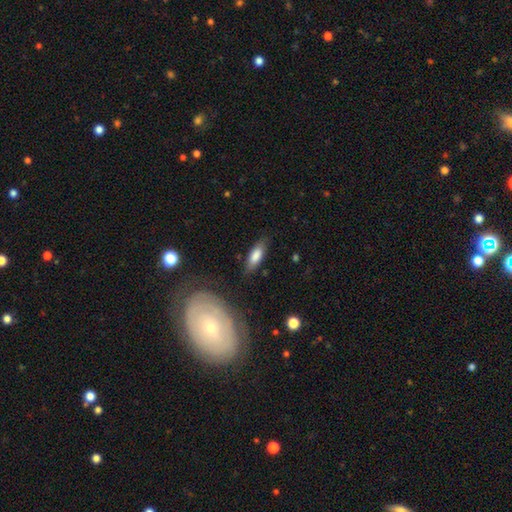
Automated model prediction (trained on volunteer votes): smooth-or-featured: smooth: 79% | featured or disk: 15% | star or artifact: 6%
  how-rounded: in between: 66% | cigar-shaped: 32% | round: 2%
  merging: none: 78% | minor disturbance: 16% | major disturbance: 4% | merger: 2%